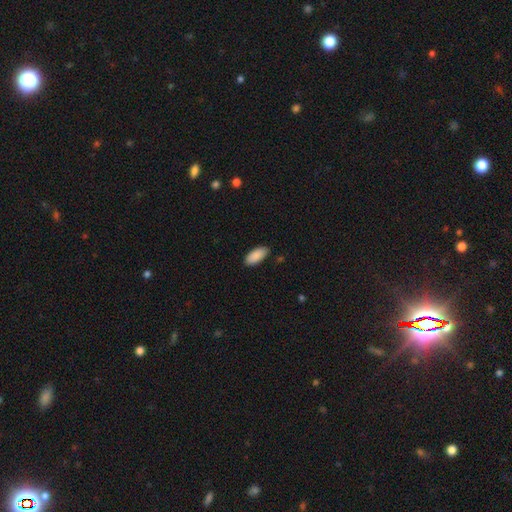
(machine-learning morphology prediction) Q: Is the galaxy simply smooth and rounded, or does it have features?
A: smooth — 90%.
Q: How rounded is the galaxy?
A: in between — 90%.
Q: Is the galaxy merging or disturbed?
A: none — 87%.